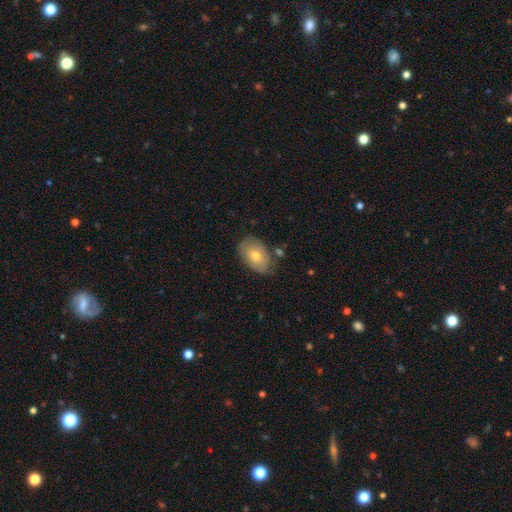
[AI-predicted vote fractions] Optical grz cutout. It shows a smooth galaxy with no disk features (65%) that is in between round and cigar-shaped (88%). Merging: none (73%).